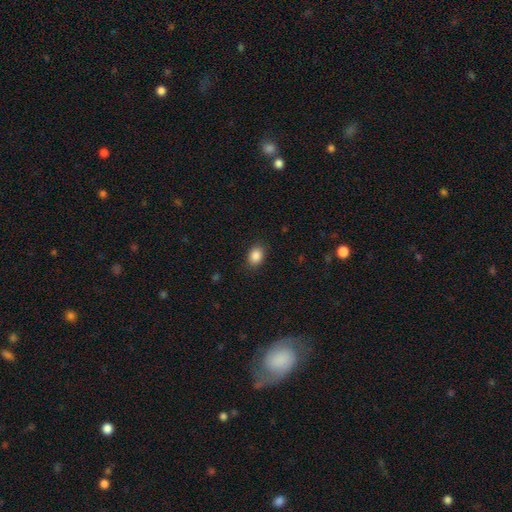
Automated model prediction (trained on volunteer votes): A smooth galaxy with no disk features (87%) that is in between round and cigar-shaped (64%).

Vote fractions:
- Smooth or featured? smooth: 87% / star or artifact: 9% / featured or disk: 4%
- How rounded? in between: 64% / round: 35% / cigar-shaped: 1%
- Merging? none: 86% / minor disturbance: 10% / major disturbance: 3% / merger: 1%